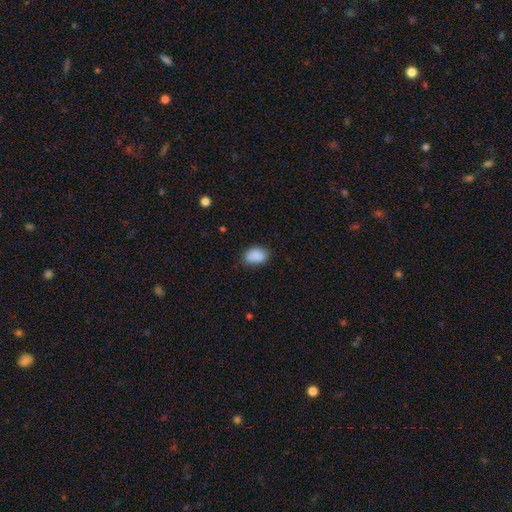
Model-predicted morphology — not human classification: smooth-or-featured: smooth: 88% | star or artifact: 8% | featured or disk: 4%
  how-rounded: in between: 86% | round: 13% | cigar-shaped: 1%
  merging: none: 80% | minor disturbance: 15% | major disturbance: 3% | merger: 1%